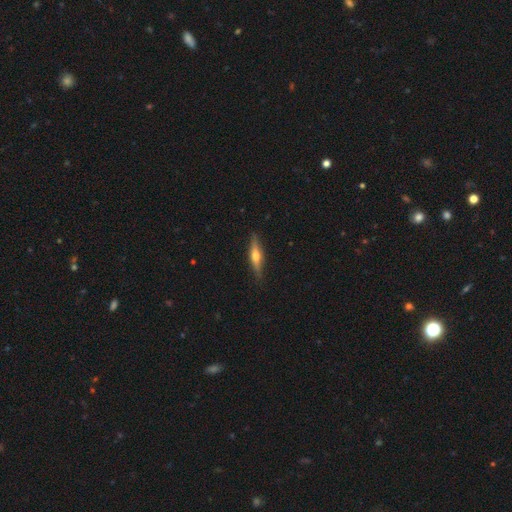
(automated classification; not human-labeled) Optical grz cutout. It shows a featured or disk galaxy (57%) viewed edge-on (94%) with a rounded central bulge (89%). Merging: none (87%).